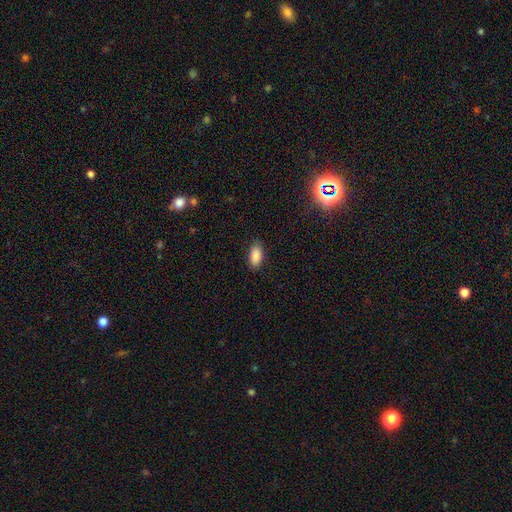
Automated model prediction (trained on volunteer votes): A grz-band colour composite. It shows a smooth galaxy with no disk features (88%) that is in between round and cigar-shaped (91%). Merging: none (87%).